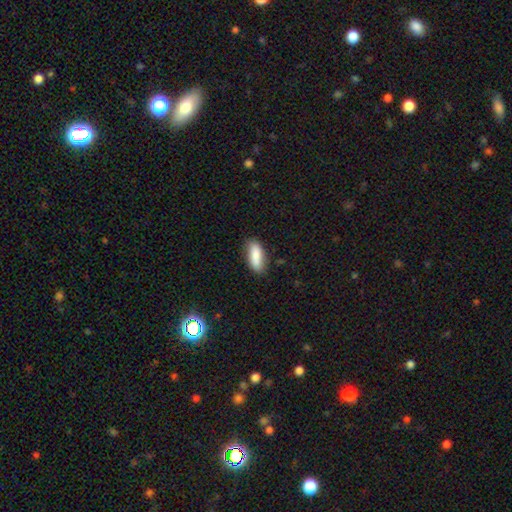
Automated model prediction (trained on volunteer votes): Smooth or featured: smooth — 85% (featured or disk — 9%)
How rounded: in between — 72% (cigar-shaped — 26%)
Merging: none — 81% (minor disturbance — 15%)